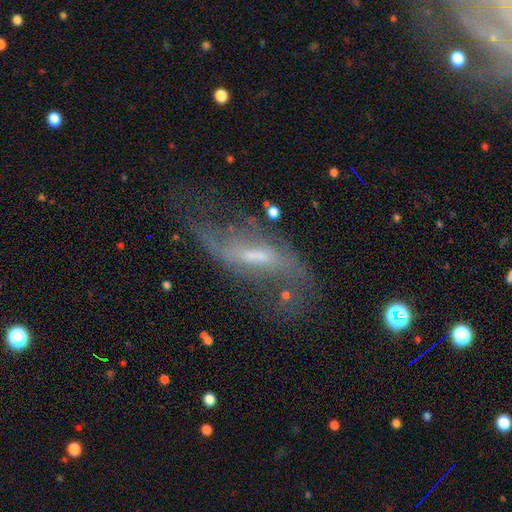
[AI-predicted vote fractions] Smooth or featured? Predicted: featured or disk (p=0.74). Edge-on disk? Predicted: no (p=0.84). Bar? Predicted: weak (p=0.42). Spiral arms? Predicted: yes (p=0.74). Bulge size? Predicted: small (p=0.45). Merging? Predicted: none (p=0.44).